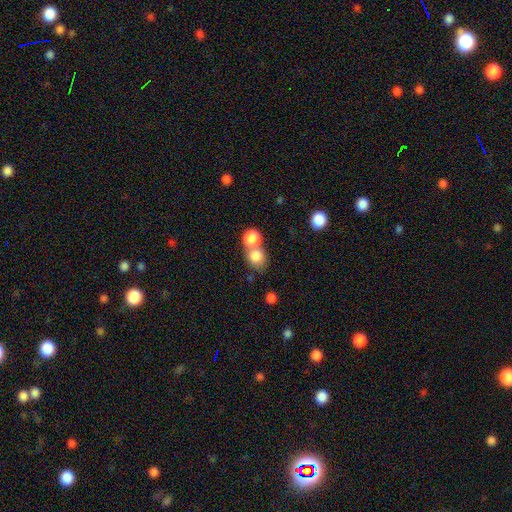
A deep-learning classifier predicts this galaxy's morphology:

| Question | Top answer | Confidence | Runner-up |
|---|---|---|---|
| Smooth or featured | smooth | 81% | star or artifact (10%) |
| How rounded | round | 71% | in between (28%) |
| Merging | merger | 54% | none (35%) |